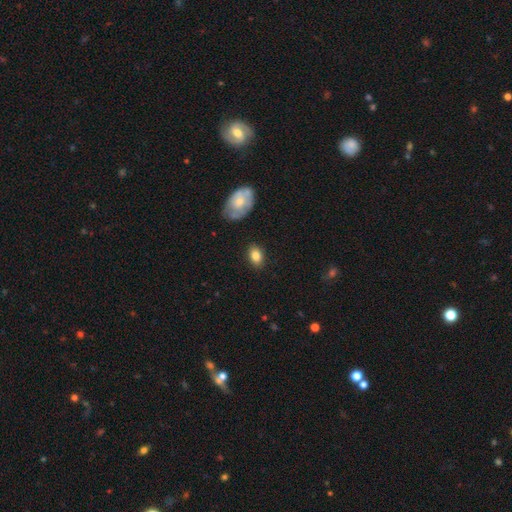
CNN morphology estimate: Smooth or featured? smooth (83%)
How rounded? in between (81%)
Merging? none (84%)